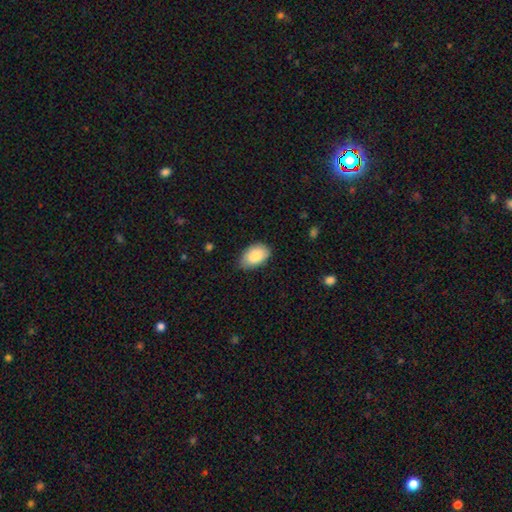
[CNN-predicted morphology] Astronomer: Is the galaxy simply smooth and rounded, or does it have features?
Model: smooth — 87%.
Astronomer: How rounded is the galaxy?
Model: in between — 92%.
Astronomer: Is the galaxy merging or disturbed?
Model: none — 72%.